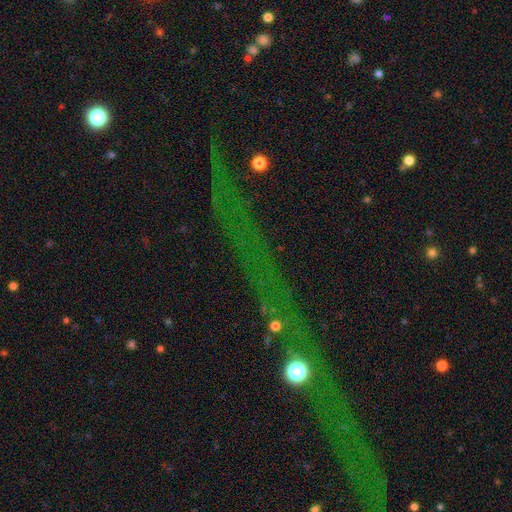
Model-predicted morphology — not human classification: Smooth or featured? star or artifact (74%)